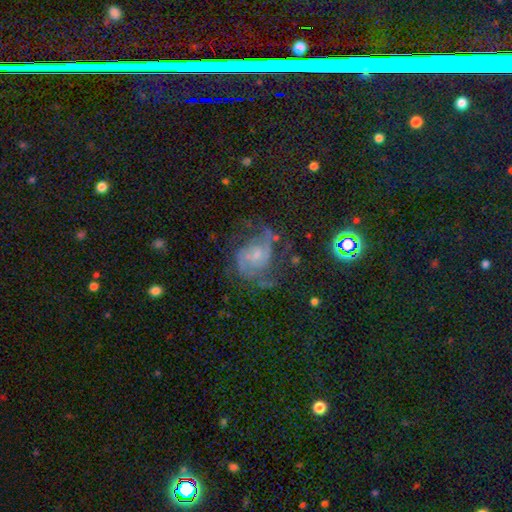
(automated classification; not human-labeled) The model was most divided on "bar": no: 58%, weak: 35%, strong: 7%. More confident: edge-on disk — no (98%); spiral arms — yes (90%); smooth or featured — featured or disk (75%); bulge size — small (61%); spiral arm count — 2 (58%); merging — none (52%); spiral winding — medium (51%).